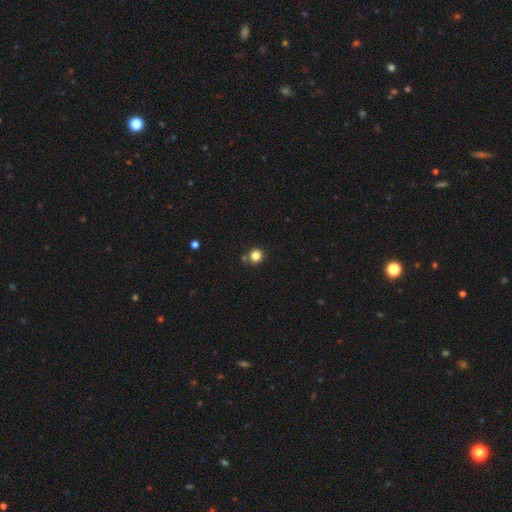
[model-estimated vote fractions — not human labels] smooth 83%, star or artifact 13%, featured or disk 5%. Down the decision tree: how rounded — round (92%); merging — none (81%).